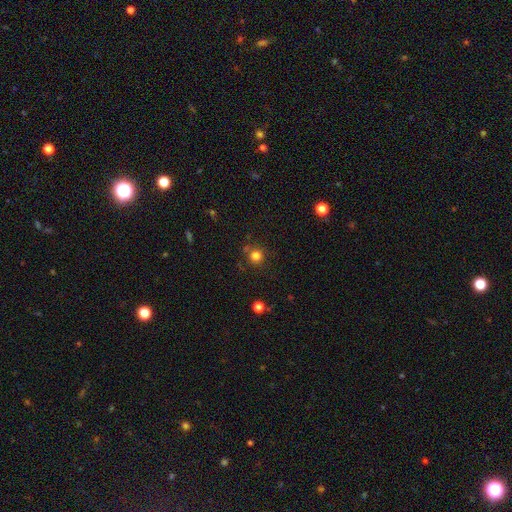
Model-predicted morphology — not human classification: smooth_or_featured: smooth (p=0.80) [alt: star or artifact p=0.15]
how_rounded: round (p=0.93) [alt: in between p=0.06]
merging: none (p=0.80) [alt: minor disturbance p=0.10]